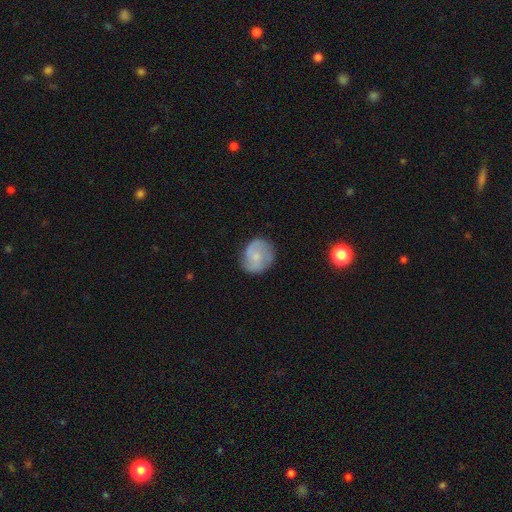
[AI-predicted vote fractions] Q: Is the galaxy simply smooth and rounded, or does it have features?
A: featured or disk — 52%.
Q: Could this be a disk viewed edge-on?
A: no — 97%.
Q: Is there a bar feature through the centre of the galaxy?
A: no — 68%.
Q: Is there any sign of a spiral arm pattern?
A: yes — 84%.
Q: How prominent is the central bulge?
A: small — 54%.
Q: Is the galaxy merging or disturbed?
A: none — 74%.